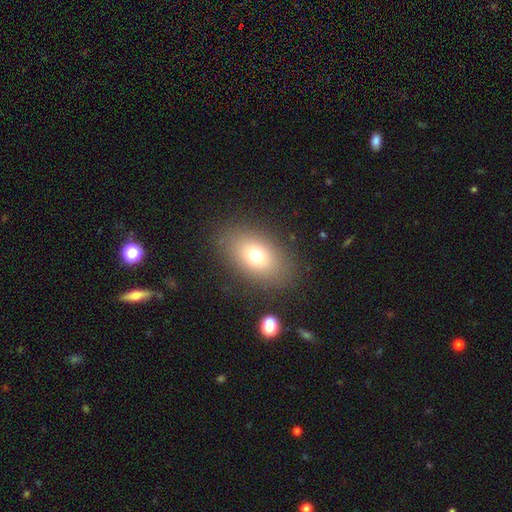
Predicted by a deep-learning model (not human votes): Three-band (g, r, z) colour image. It shows a smooth galaxy with no disk features (72%) that is in between round and cigar-shaped (83%). Merging: none (83%).